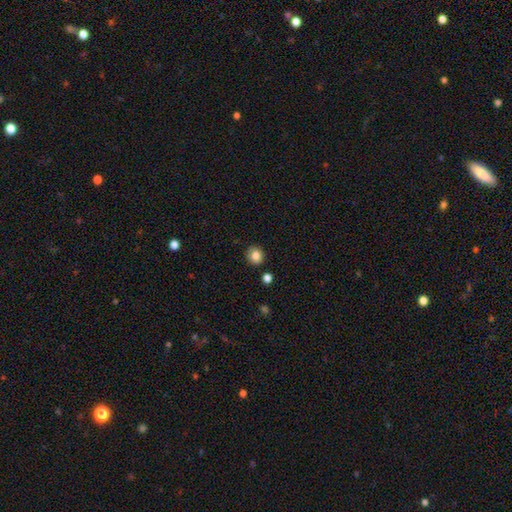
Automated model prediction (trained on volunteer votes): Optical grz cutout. It shows a smooth galaxy with no disk features (83%) that is round (84%). Merging: none (88%).